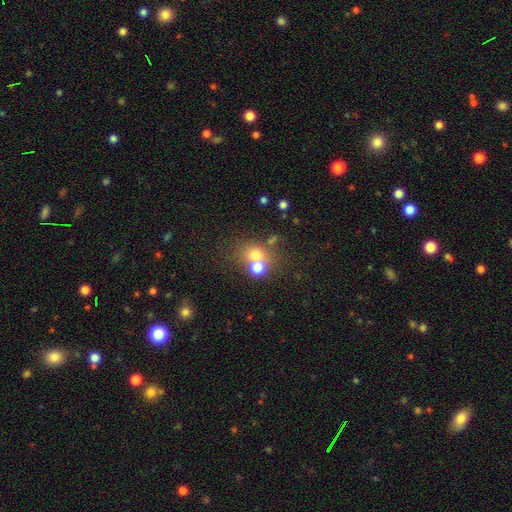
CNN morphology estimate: Smooth or featured? smooth (68%)
How rounded? round (74%)
Merging? merger (49%)